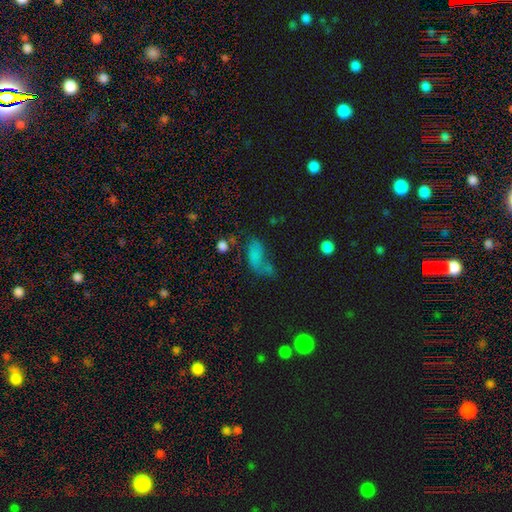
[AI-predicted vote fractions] smooth_or_featured: smooth (p=0.62) [alt: star or artifact p=0.20]
how_rounded: in between (p=0.84) [alt: cigar-shaped p=0.09]
merging: none (p=0.33) [alt: major disturbance p=0.26]